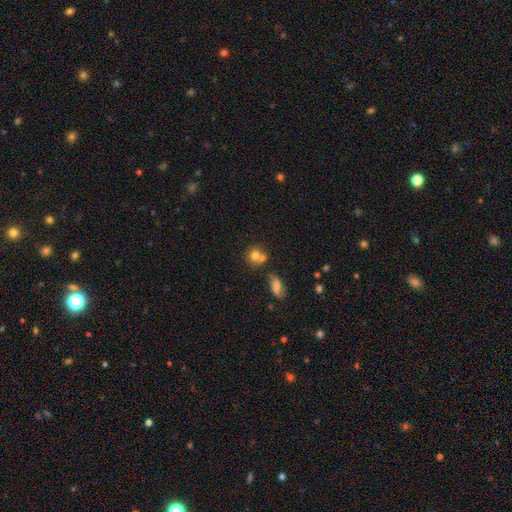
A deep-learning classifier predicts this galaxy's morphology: The model was most divided on "merging": none: 47%, merger: 41%, minor disturbance: 9%, major disturbance: 3%. More confident: how rounded — round (81%); smooth or featured — smooth (73%).